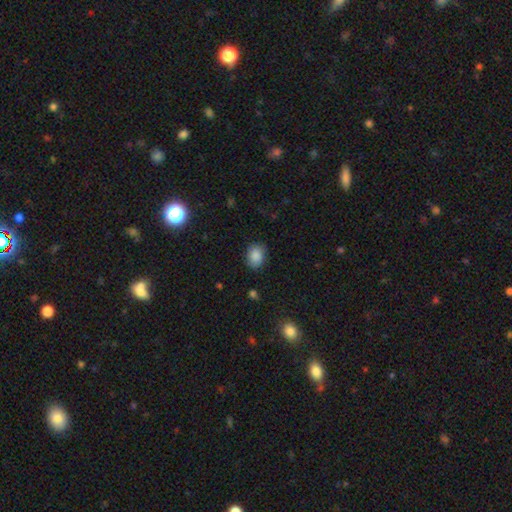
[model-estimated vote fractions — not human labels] Smooth or featured: smooth — 86% (star or artifact — 8%)
How rounded: in between — 55% (round — 44%)
Merging: none — 83% (minor disturbance — 13%)